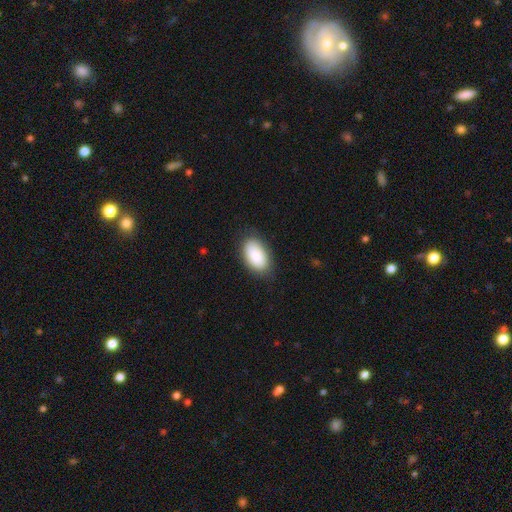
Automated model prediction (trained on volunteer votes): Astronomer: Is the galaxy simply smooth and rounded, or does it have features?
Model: smooth — 88%.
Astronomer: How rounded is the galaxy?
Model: in between — 95%.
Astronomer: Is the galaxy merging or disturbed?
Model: none — 82%.